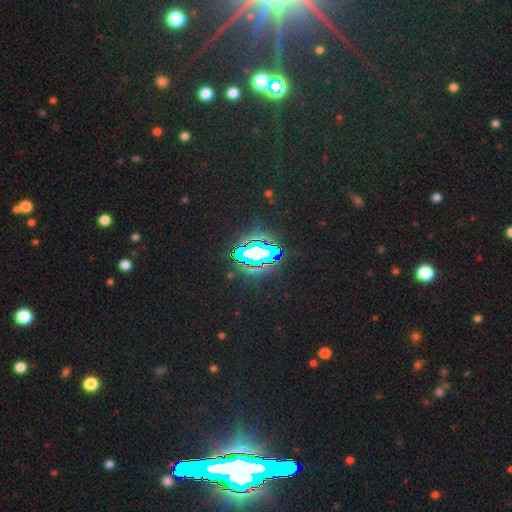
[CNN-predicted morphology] Smooth or featured: star or artifact — 78% (smooth — 13%)